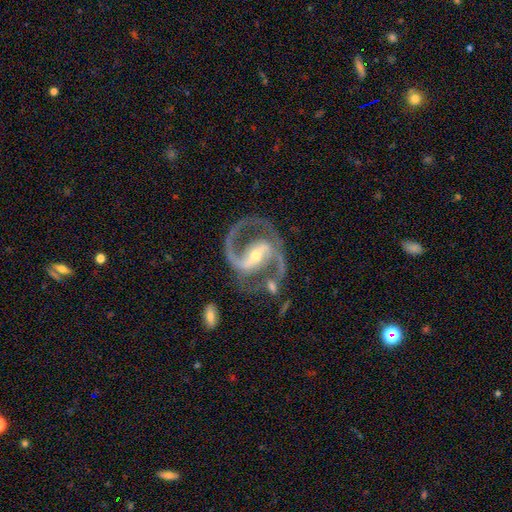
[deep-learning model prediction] This appears to be a featured or disk galaxy (93%) with a strong bar (65%), 2 (92%) medium (65%) spiral arms (98%) and a small central bulge (55%). Merging: none (66%).